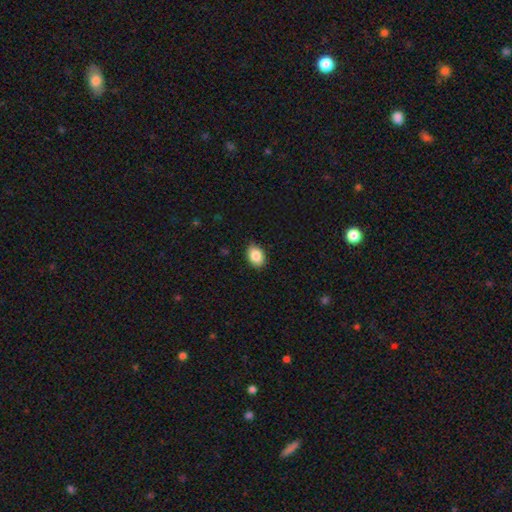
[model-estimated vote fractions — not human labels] A smooth galaxy with no disk features (86%) that is in between round and cigar-shaped (79%). Merging: none (83%).